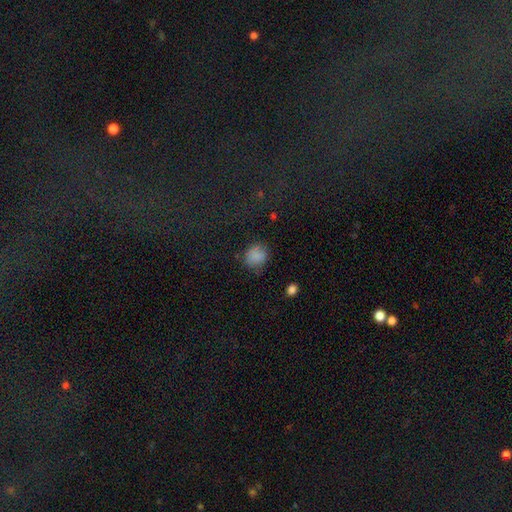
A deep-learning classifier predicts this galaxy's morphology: smooth-or-featured: smooth: 82% | star or artifact: 12% | featured or disk: 6%
  how-rounded: round: 71% | in between: 28% | cigar-shaped: 1%
  merging: none: 73% | minor disturbance: 19% | major disturbance: 6% | merger: 2%